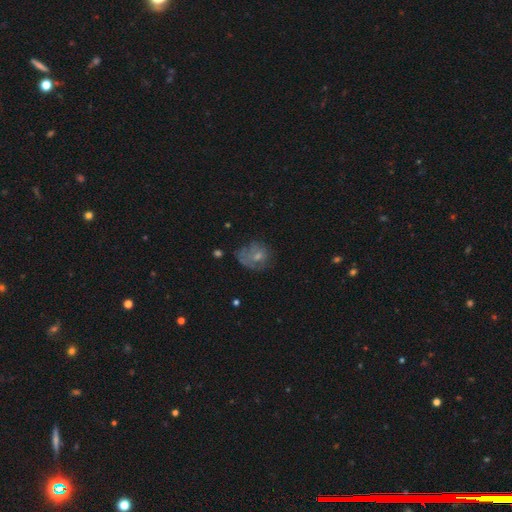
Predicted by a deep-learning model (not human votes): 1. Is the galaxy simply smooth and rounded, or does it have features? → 52% smooth, 35% featured or disk, 13% star or artifact.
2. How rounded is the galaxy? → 53% round, 46% in between, 1% cigar-shaped.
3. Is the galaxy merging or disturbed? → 40% none, 28% major disturbance, 28% minor disturbance, 4% merger.